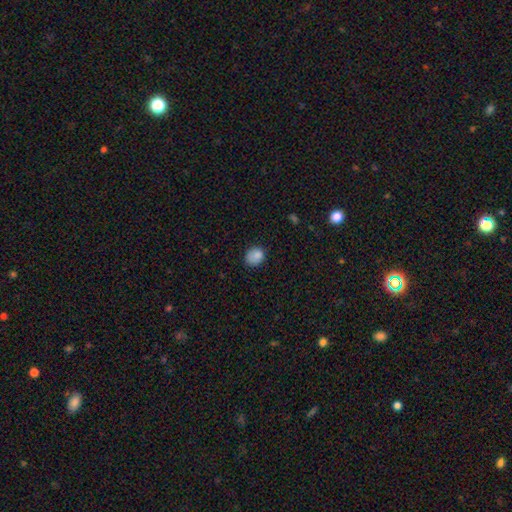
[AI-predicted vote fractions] Smooth or featured? Predicted: smooth (p=0.84). How rounded? Predicted: round (p=0.64). Merging? Predicted: none (p=0.71).